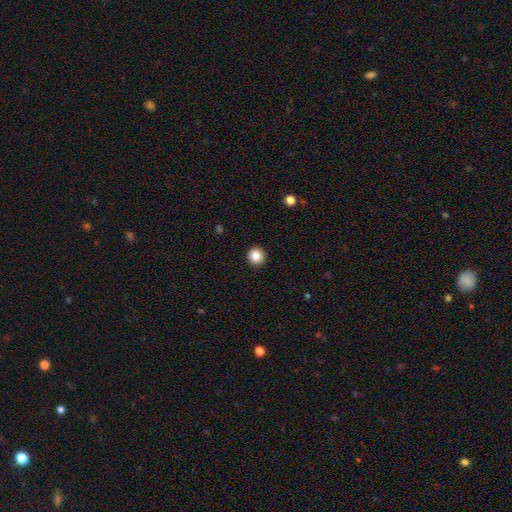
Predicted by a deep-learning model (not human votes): The model was most divided on "smooth or featured": smooth: 86%, star or artifact: 10%, featured or disk: 4%. More confident: how rounded — round (95%); merging — none (93%).